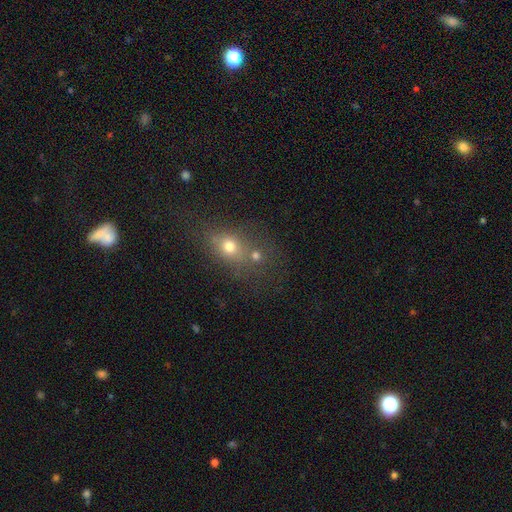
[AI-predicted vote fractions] Overall: smooth (66%). How rounded: round (63%; in between 34%). Merging: none (50%; merger 33%).